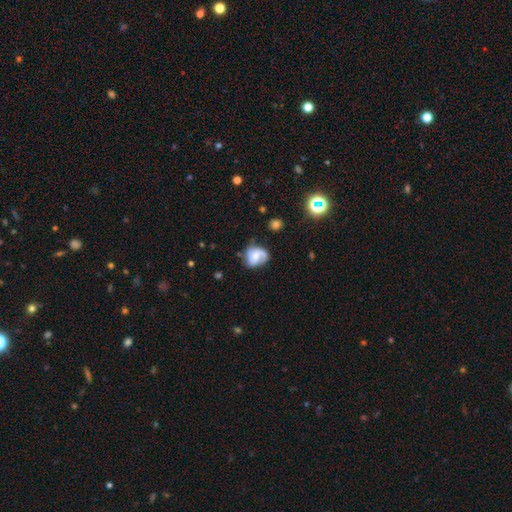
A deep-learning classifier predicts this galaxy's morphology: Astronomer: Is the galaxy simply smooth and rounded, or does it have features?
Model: featured or disk — 55% (runner-up: smooth, 37%).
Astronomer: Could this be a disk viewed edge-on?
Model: no — 97%.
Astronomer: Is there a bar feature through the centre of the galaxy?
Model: no — 54% (runner-up: weak, 37%).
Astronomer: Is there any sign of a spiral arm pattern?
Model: yes — 86%.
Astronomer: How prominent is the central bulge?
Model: moderate — 41% (runner-up: small, 39%).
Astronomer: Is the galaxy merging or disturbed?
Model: none — 55%.